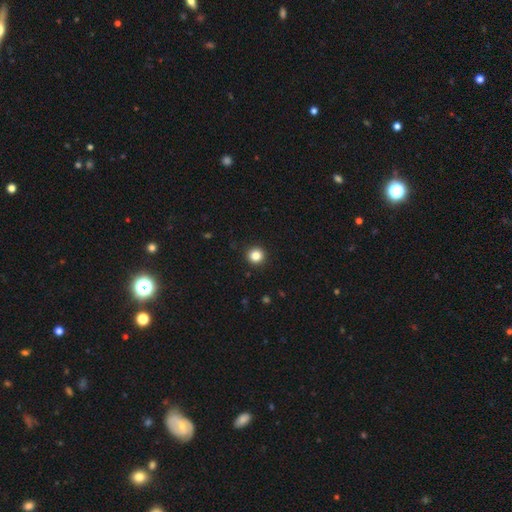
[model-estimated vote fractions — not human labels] smooth_or_featured: smooth (p=0.84) [alt: star or artifact p=0.12]
how_rounded: round (p=0.94) [alt: in between p=0.05]
merging: none (p=0.93) [alt: minor disturbance p=0.05]